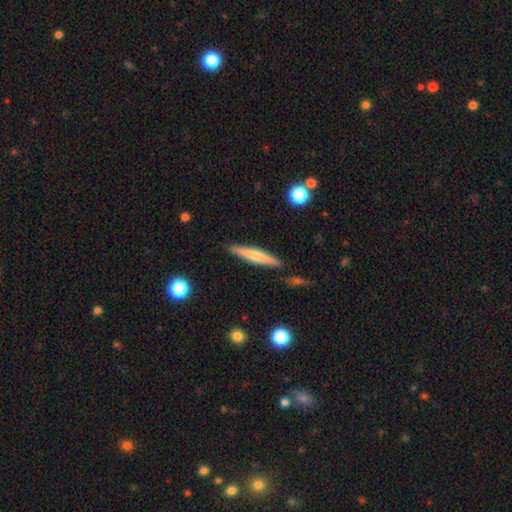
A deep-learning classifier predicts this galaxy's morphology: smooth_or_featured: smooth (p=0.55) [alt: featured or disk p=0.38]
how_rounded: cigar-shaped (p=0.91) [alt: in between p=0.07]
merging: none (p=0.87) [alt: minor disturbance p=0.09]